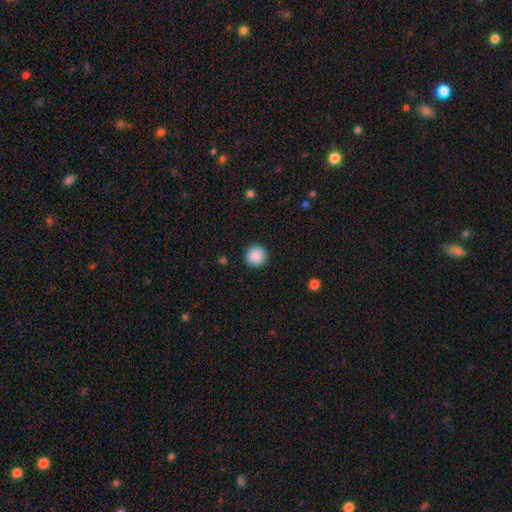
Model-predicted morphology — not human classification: Overall: smooth (89%). How rounded: round (95%). Merging: none (92%).